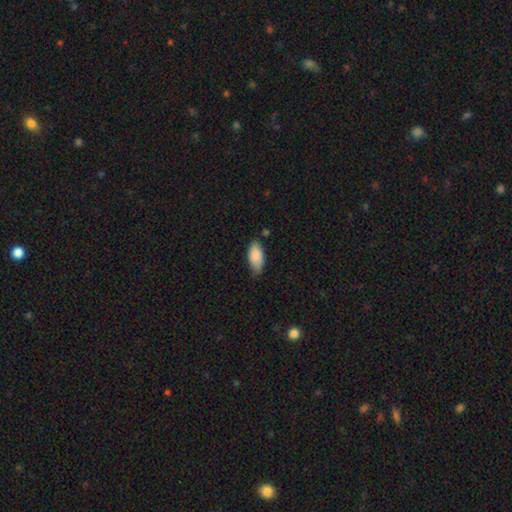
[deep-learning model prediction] Q: Smooth or featured?
A: smooth (87%); runner-up: featured or disk (7%)
Q: How rounded?
A: in between (91%); runner-up: cigar-shaped (6%)
Q: Merging?
A: none (64%); runner-up: minor disturbance (30%)